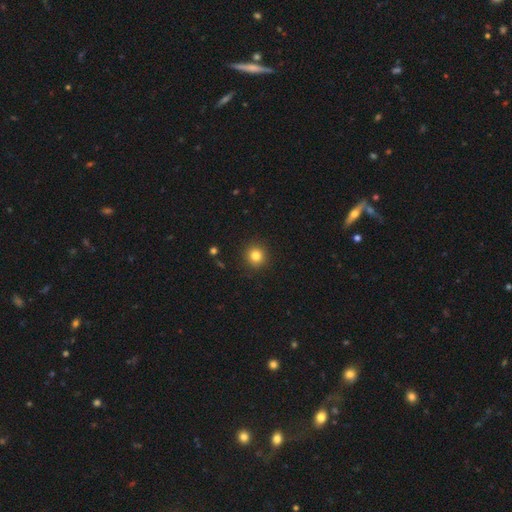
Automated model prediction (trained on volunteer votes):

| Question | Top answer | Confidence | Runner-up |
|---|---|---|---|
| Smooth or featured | smooth | 82% | star or artifact (12%) |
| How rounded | round | 93% | in between (6%) |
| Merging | none | 92% | minor disturbance (5%) |